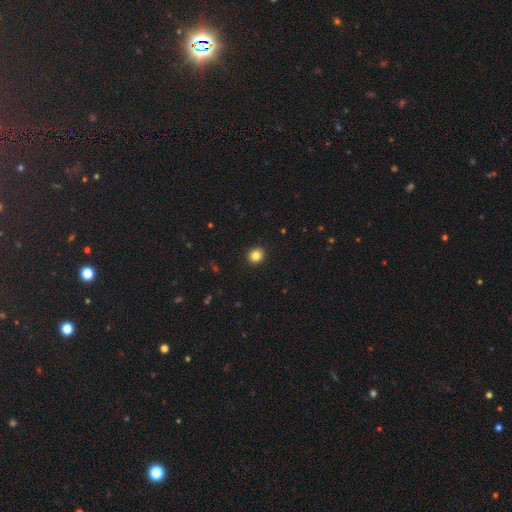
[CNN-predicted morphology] Smooth or featured? Predicted: smooth (p=0.83). How rounded? Predicted: round (p=0.85). Merging? Predicted: none (p=0.92).